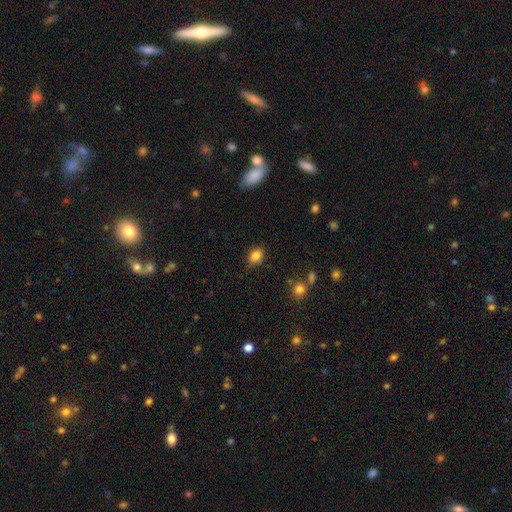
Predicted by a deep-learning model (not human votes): smooth_or_featured: smooth (p=0.85) [alt: star or artifact p=0.10]
how_rounded: in between (p=0.69) [alt: round p=0.30]
merging: none (p=0.79) [alt: minor disturbance p=0.16]